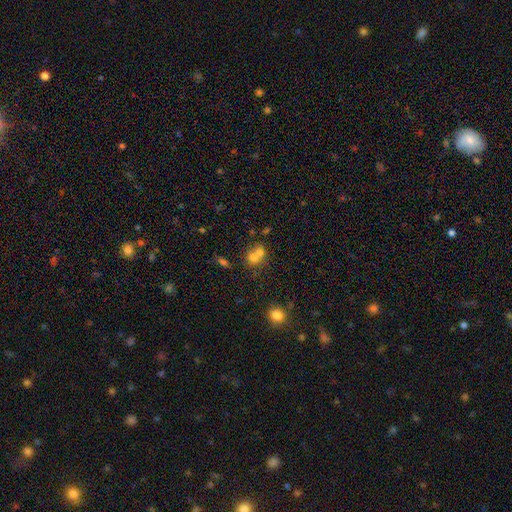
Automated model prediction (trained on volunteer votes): This appears to be a smooth galaxy with no disk features (67%) that is round (70%). Merging: merger (64%).